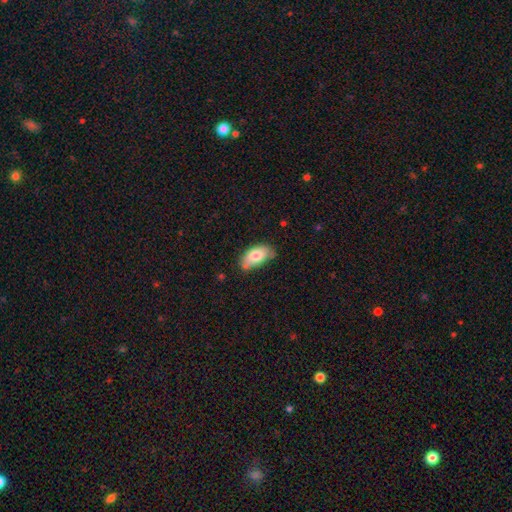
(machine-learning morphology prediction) smooth 77%, featured or disk 16%, star or artifact 7%. Down the decision tree: how rounded — in between (93%); merging — none (57%).